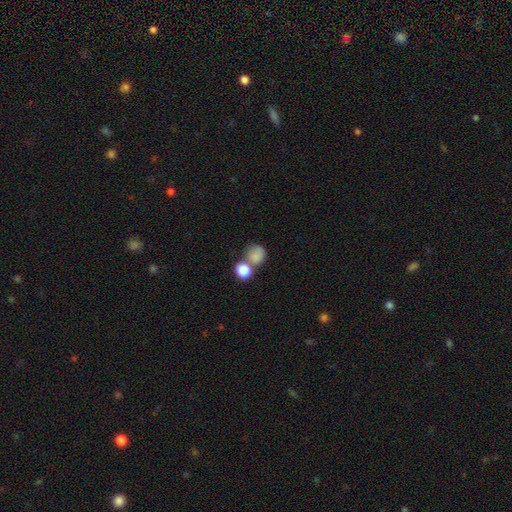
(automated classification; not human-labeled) Smooth or featured? smooth (80%)
How rounded? round (73%)
Merging? none (41%)